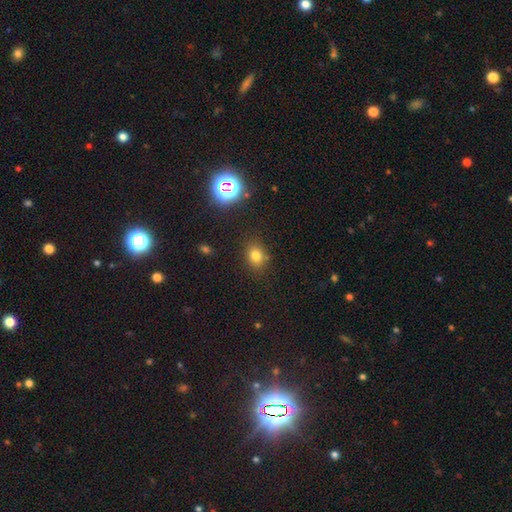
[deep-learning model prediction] smooth_or_featured: smooth (p=0.76) [alt: star or artifact p=0.16]
how_rounded: round (p=0.50) [alt: in between p=0.49]
merging: none (p=0.81) [alt: minor disturbance p=0.12]